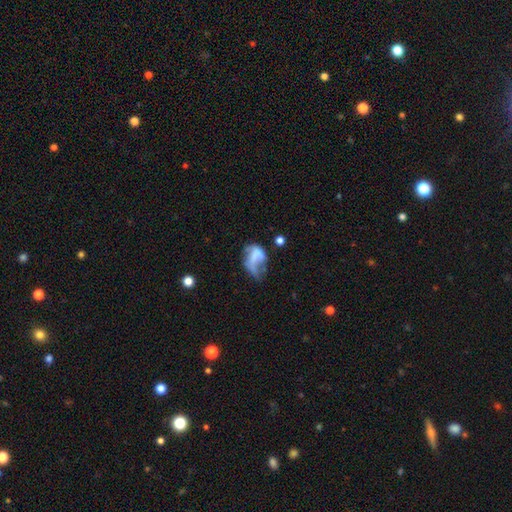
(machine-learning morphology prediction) The model was most divided on "smooth or featured": smooth: 48%, featured or disk: 40%, star or artifact: 12%. Remaining: merging — major disturbance (46%).